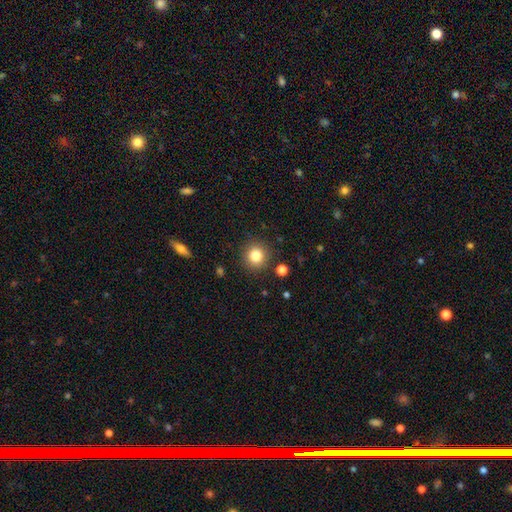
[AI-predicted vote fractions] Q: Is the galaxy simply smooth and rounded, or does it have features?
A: smooth — 82%.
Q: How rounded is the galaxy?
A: round — 93%.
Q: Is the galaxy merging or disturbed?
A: none — 89%.